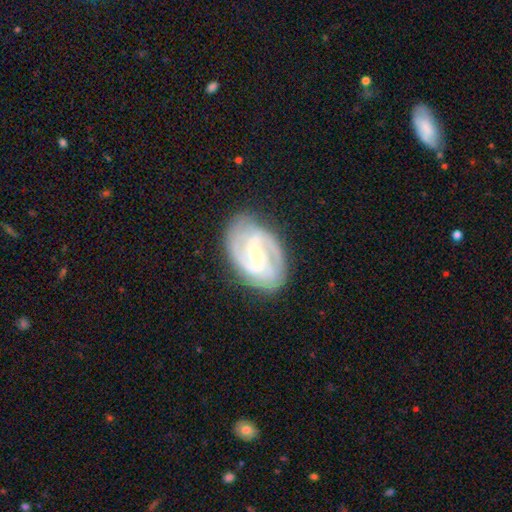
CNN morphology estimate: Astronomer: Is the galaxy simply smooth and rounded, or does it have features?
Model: featured or disk — 89%.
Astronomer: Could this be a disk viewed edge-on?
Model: no — 97%.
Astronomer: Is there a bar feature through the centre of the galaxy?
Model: weak — 44% (runner-up: no, 39%).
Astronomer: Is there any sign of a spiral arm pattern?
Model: yes — 98%.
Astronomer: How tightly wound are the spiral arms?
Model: tight — 51% (runner-up: medium, 42%).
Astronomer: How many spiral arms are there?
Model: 2 — 53%.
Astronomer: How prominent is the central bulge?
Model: small — 52% (runner-up: moderate, 45%).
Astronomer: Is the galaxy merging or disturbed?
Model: none — 81%.